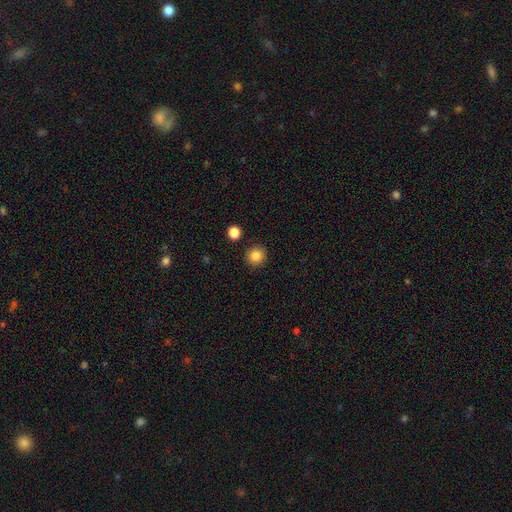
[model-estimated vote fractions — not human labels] Smooth or featured: smooth — 84% (star or artifact — 11%)
How rounded: round — 92% (in between — 7%)
Merging: none — 90% (minor disturbance — 6%)